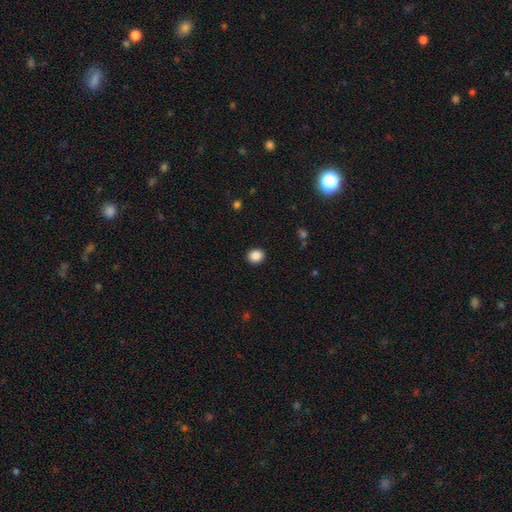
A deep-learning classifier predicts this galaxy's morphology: Smooth or featured? smooth (88%)
How rounded? round (71%)
Merging? none (91%)